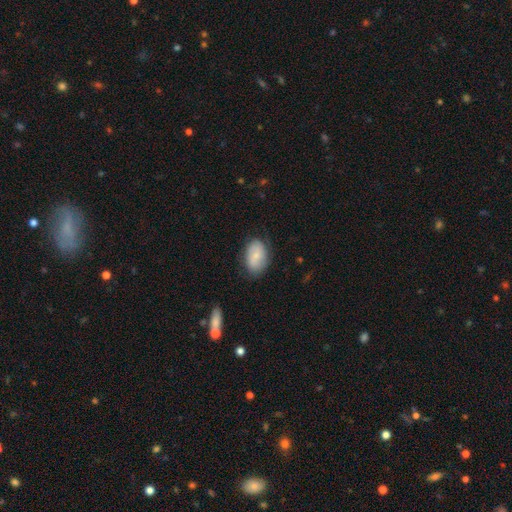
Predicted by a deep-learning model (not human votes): Q: Smooth or featured?
A: smooth (74%); runner-up: featured or disk (19%)
Q: How rounded?
A: in between (89%); runner-up: round (10%)
Q: Merging?
A: none (73%); runner-up: minor disturbance (20%)